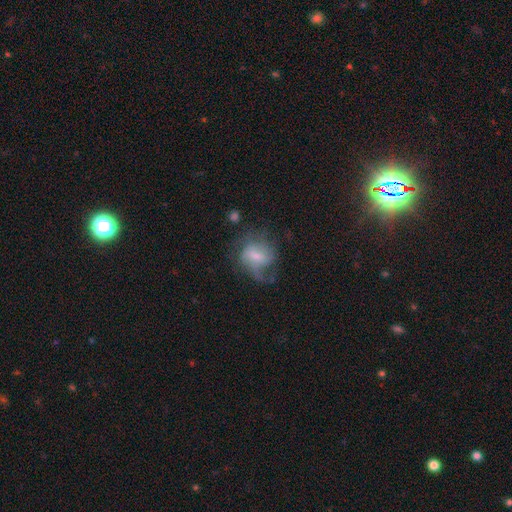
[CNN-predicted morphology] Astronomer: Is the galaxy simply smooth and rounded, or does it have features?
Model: featured or disk — 55% (runner-up: smooth, 36%).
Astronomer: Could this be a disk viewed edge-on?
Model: no — 97%.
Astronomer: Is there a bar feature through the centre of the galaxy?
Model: weak — 51% (runner-up: no, 32%).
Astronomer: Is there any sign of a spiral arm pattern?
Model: yes — 72%.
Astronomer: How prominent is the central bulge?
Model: small — 42% (runner-up: moderate, 38%).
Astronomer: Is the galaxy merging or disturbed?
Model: none — 37% (runner-up: major disturbance, 36%).